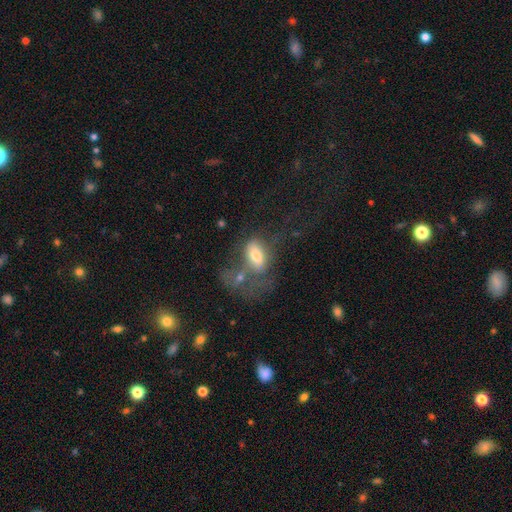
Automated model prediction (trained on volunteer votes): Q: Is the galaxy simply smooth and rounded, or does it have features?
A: smooth — 59%.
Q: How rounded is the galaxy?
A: in between — 87%.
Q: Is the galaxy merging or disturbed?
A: merger — 37%.